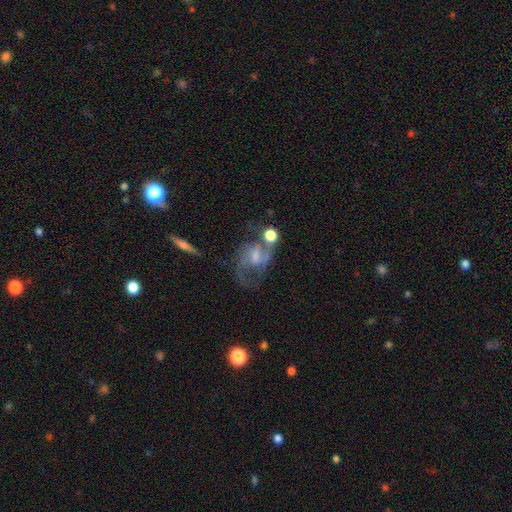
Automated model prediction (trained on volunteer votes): A featured or disk galaxy (73%) with a weak bar (50%), 2 (75%) medium (50%) spiral arms (86%) and a small central bulge (37%). Merging: none (46%).